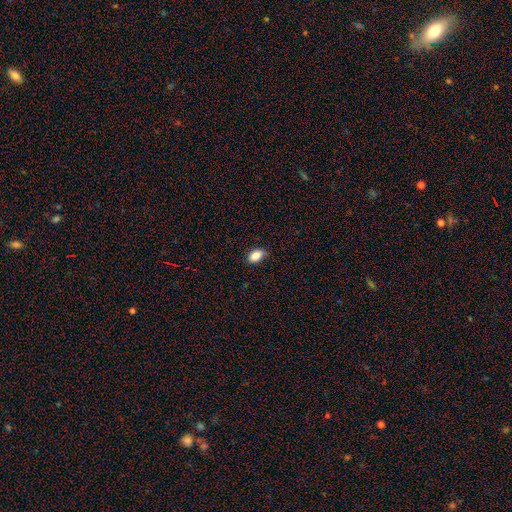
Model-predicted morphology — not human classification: Smooth or featured? smooth (87%)
How rounded? in between (90%)
Merging? none (78%)